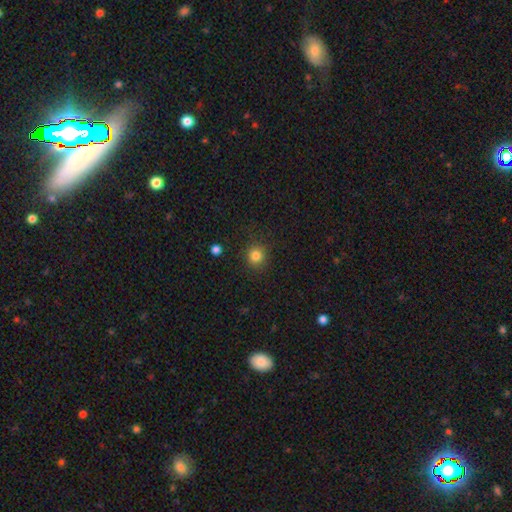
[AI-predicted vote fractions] A smooth galaxy with no disk features (83%) that is round (92%).

Vote fractions:
- Smooth or featured? smooth: 83% / star or artifact: 13% / featured or disk: 5%
- How rounded? round: 92% / in between: 7% / cigar-shaped: 1%
- Merging? none: 89% / minor disturbance: 7% / major disturbance: 3% / merger: 1%